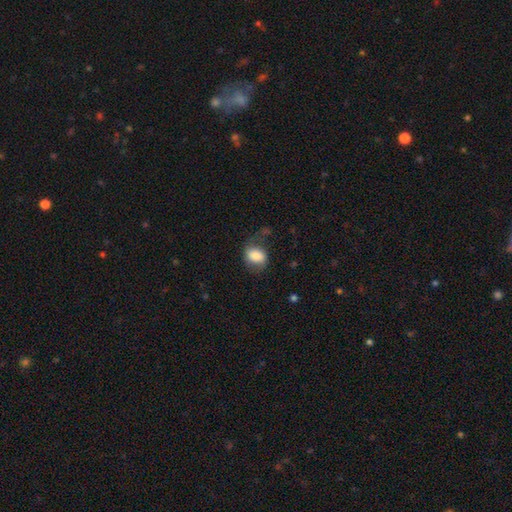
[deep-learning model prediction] smooth 77%, featured or disk 15%, star or artifact 8%. Down the decision tree: how rounded — in between (63%); merging — none (52%).